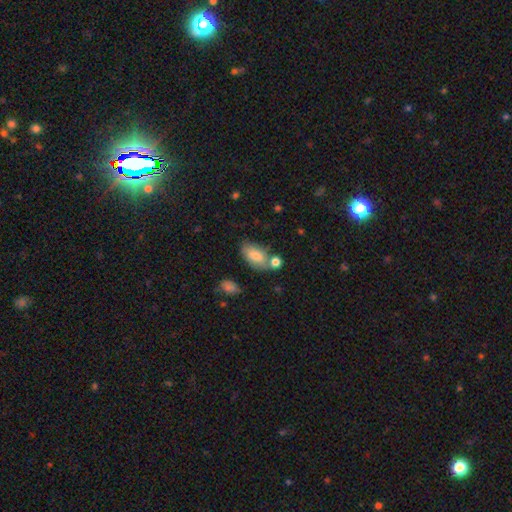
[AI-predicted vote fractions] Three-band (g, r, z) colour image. It shows a smooth galaxy with no disk features (78%) that is in between round and cigar-shaped (90%). Merging: none (61%).